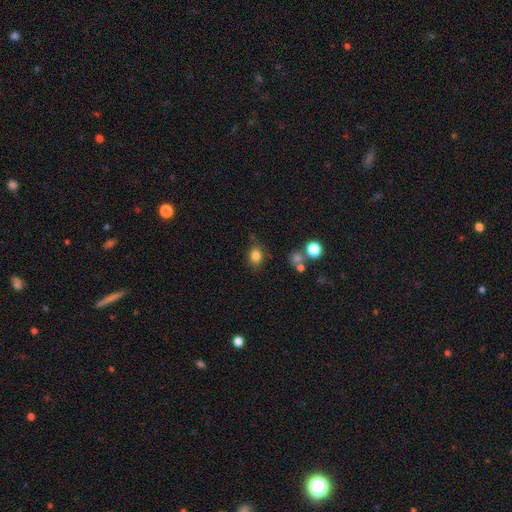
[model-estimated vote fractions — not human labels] Smooth or featured?
  - smooth: 82% *
  - star or artifact: 11%
  - featured or disk: 7%
How rounded?
  - in between: 49% * (tied)
  - round: 49% * (tied)
  - cigar-shaped: 1%
Merging?
  - none: 75% *
  - minor disturbance: 16%
  - major disturbance: 5%
  - merger: 5%